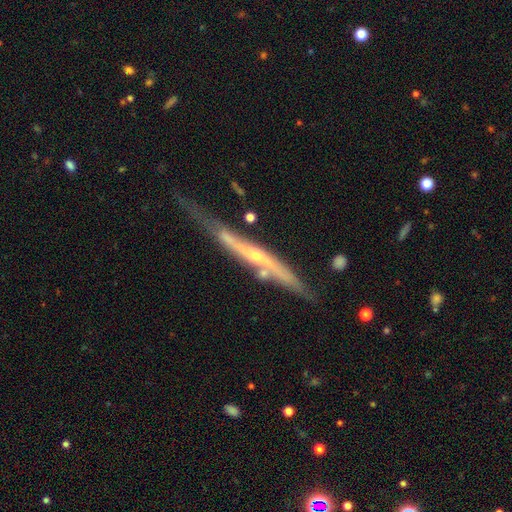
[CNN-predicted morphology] type=featured or disk (76%); edge-on=yes (86%); edge-on bulge=rounded (72%); merging=none (50%).